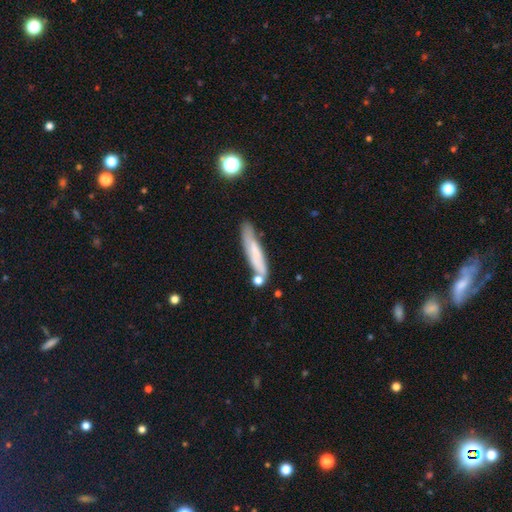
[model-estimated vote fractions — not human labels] Smooth or featured? smooth (58%)
How rounded? cigar-shaped (87%)
Merging? none (63%)